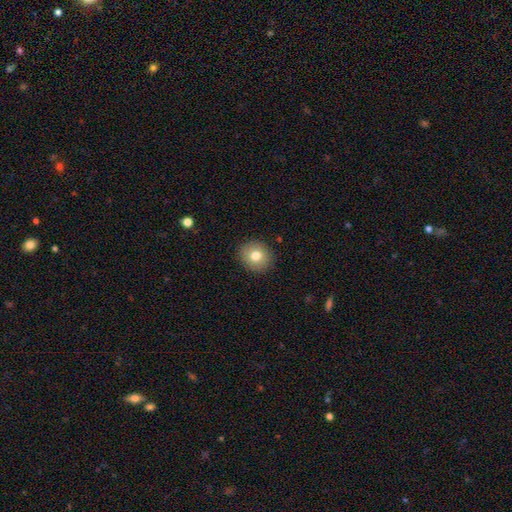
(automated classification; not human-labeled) smooth-or-featured: smooth: 78% | featured or disk: 12% | star or artifact: 10%
  how-rounded: round: 80% | in between: 20% | cigar-shaped: 1%
  merging: none: 90% | minor disturbance: 7% | major disturbance: 2% | merger: 1%